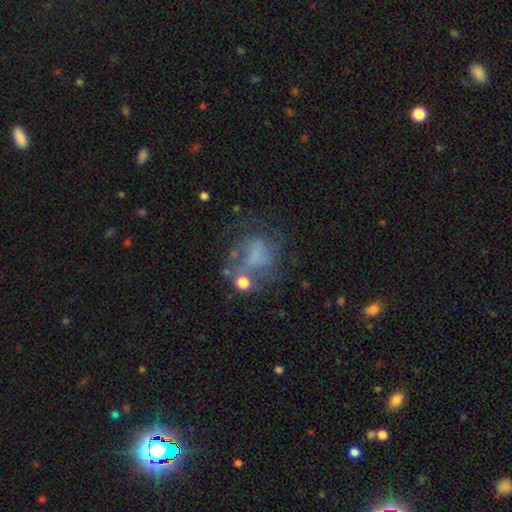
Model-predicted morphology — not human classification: type=featured or disk (47%); merging=none (43%).